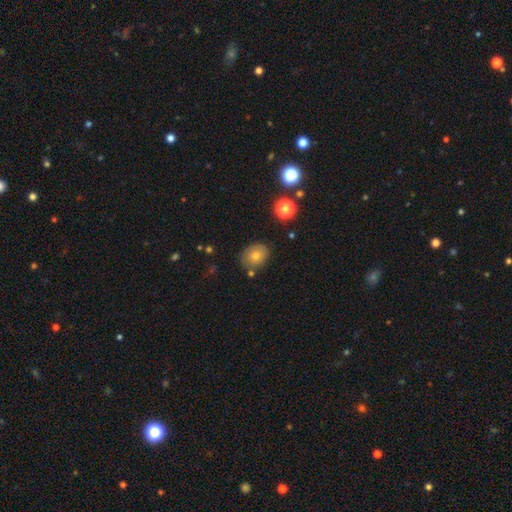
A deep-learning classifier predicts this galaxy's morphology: A smooth galaxy with no disk features (66%) that is round (53%). Merging: none (78%).